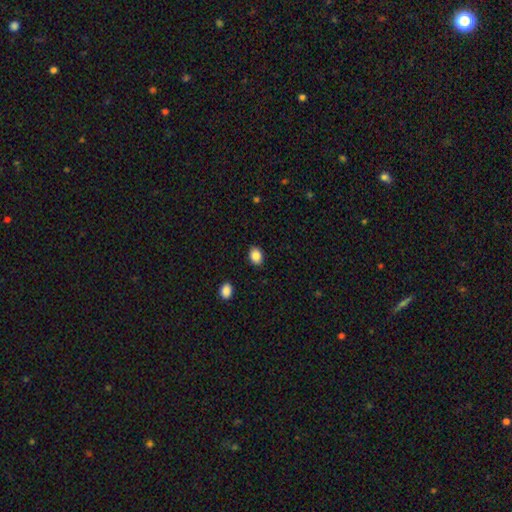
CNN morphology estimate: Overall: smooth (87%). How rounded: in between (69%; round 30%). Merging: none (87%).